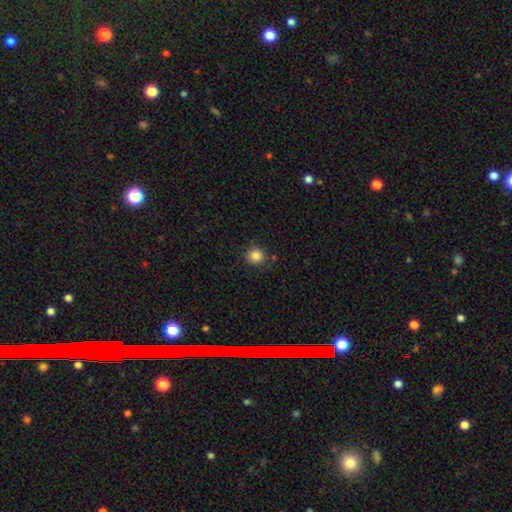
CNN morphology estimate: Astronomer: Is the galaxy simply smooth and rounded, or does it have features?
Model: smooth — 85%.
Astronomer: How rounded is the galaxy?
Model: round — 92%.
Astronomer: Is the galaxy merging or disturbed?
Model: none — 85%.